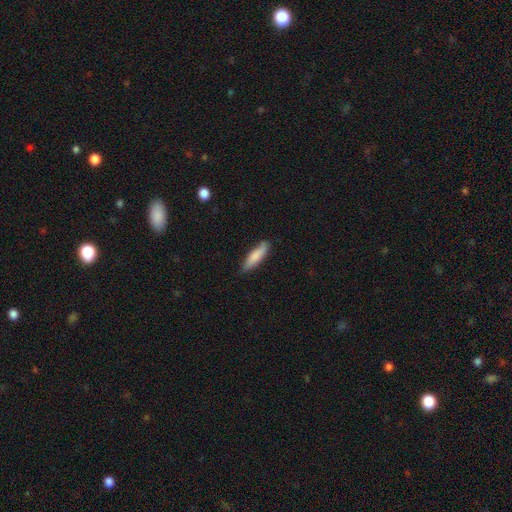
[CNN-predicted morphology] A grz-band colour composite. It shows a smooth galaxy with no disk features (81%) that is cigar-shaped (68%). Merging: none (79%).